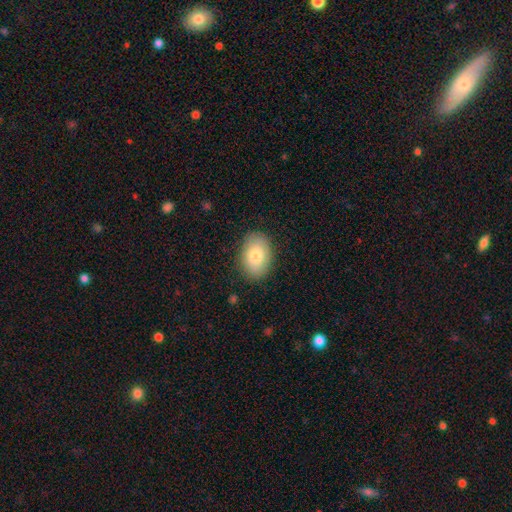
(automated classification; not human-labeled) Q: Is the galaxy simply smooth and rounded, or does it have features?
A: smooth — 81%.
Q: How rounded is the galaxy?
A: in between — 85%.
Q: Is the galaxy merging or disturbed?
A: none — 86%.